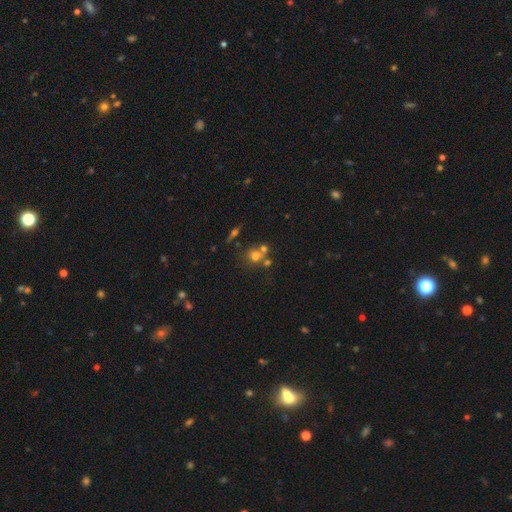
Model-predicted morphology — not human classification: Q: Smooth or featured?
A: smooth (62%); runner-up: featured or disk (19%)
Q: How rounded?
A: round (76%); runner-up: in between (23%)
Q: Merging?
A: none (44%); runner-up: merger (40%)